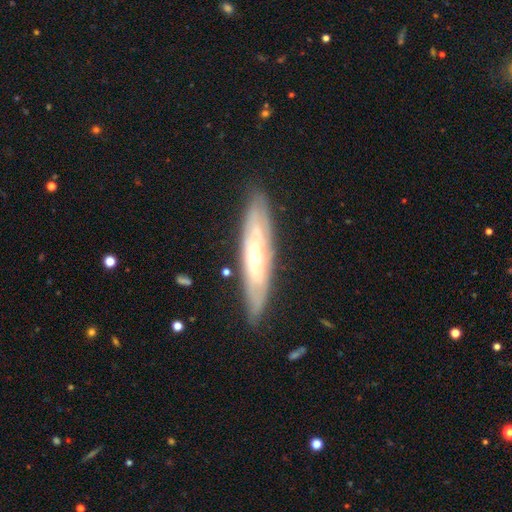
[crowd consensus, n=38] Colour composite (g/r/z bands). It shows a featured or disk galaxy (71%) with no bar (56%), no spiral arms (56%) and a moderate central bulge (69%). Merging: none (76%).